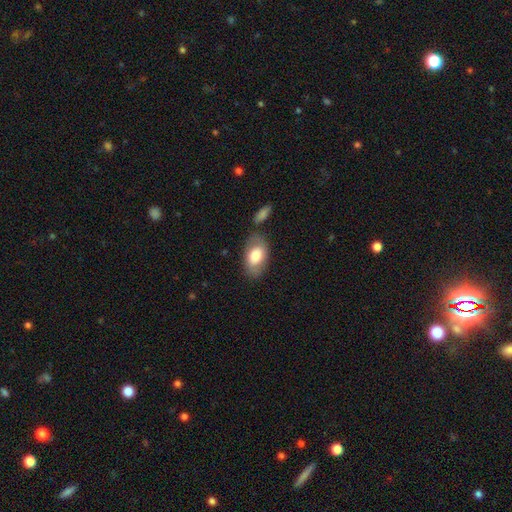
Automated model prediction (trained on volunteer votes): Q: Smooth or featured?
A: smooth (74%); runner-up: featured or disk (20%)
Q: How rounded?
A: in between (92%); runner-up: round (7%)
Q: Merging?
A: none (69%); runner-up: minor disturbance (17%)